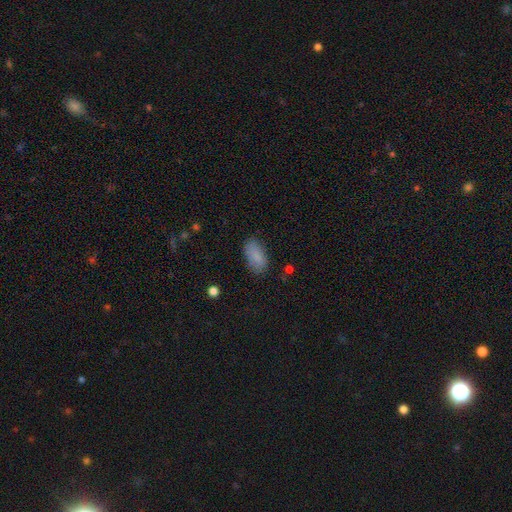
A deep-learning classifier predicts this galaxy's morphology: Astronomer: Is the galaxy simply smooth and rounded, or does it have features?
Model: smooth — 84%.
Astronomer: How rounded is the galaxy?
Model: in between — 92%.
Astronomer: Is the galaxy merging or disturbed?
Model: none — 81%.